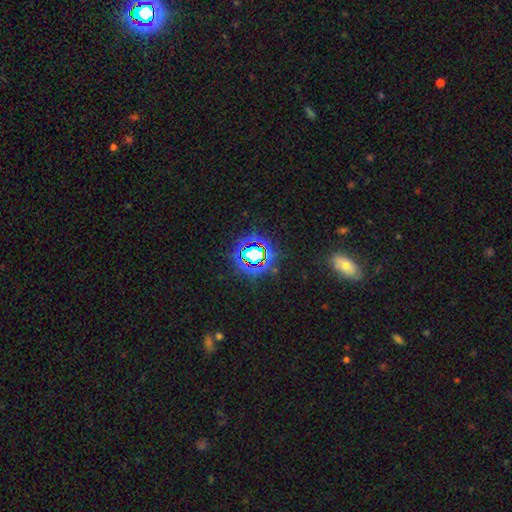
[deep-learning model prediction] Smooth or featured? Predicted: star or artifact (p=0.73).